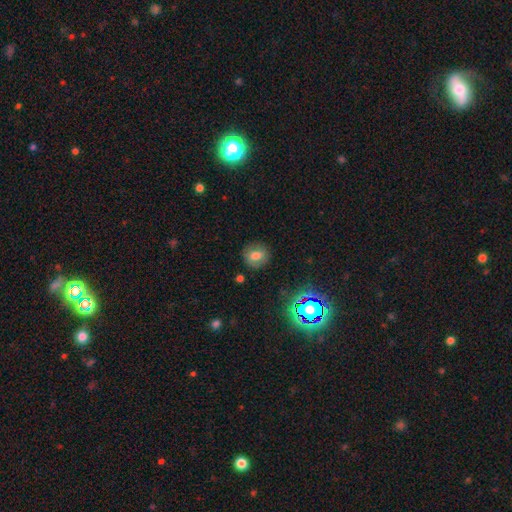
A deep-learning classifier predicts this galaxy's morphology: Smooth or featured? Predicted: smooth (p=0.69). How rounded? Predicted: round (p=0.72). Merging? Predicted: none (p=0.83).